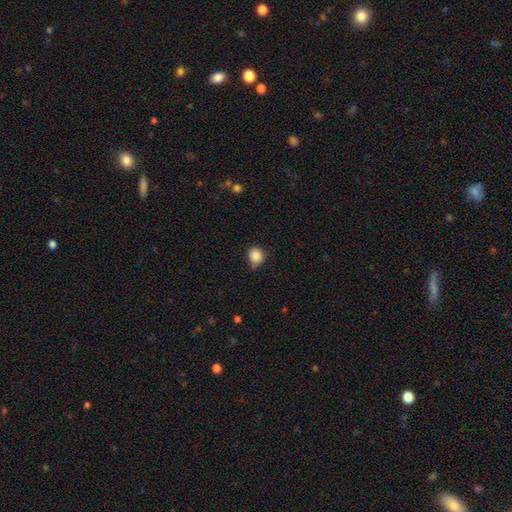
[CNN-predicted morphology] Q: Smooth or featured?
A: smooth (86%); runner-up: star or artifact (10%)
Q: How rounded?
A: round (78%); runner-up: in between (21%)
Q: Merging?
A: none (61%); runner-up: minor disturbance (30%)